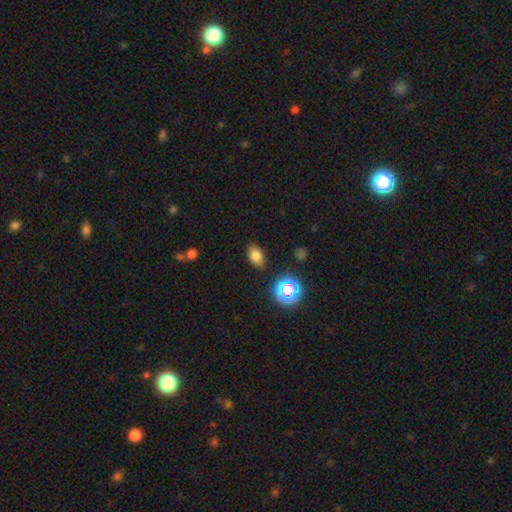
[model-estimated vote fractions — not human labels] Q: Smooth or featured?
A: smooth (77%); runner-up: star or artifact (15%)
Q: How rounded?
A: in between (83%); runner-up: round (15%)
Q: Merging?
A: none (84%); runner-up: minor disturbance (11%)